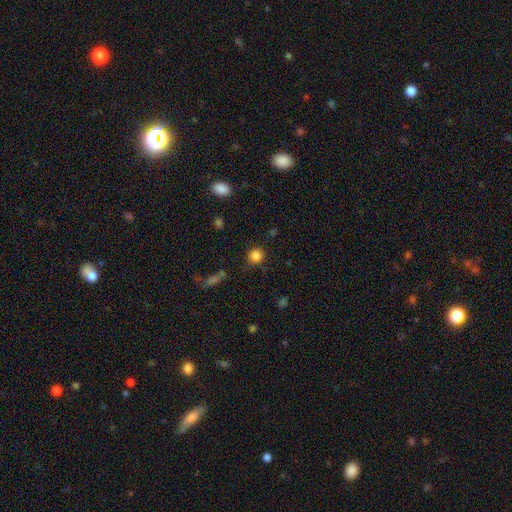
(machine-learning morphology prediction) This appears to be a smooth galaxy with no disk features (84%) that is round (91%). Merging: none (86%).